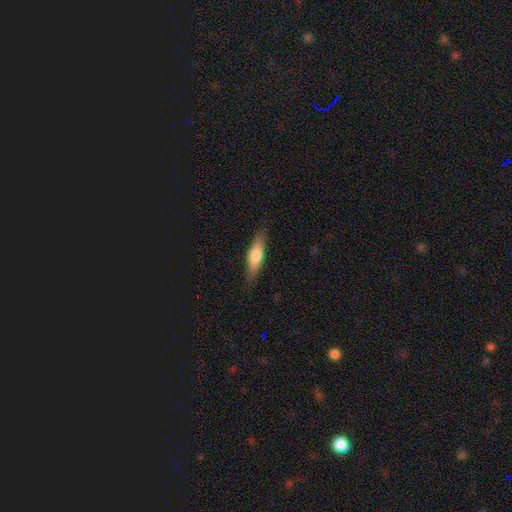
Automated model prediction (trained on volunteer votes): Smooth or featured? smooth (62%)
How rounded? cigar-shaped (62%)
Merging? none (86%)